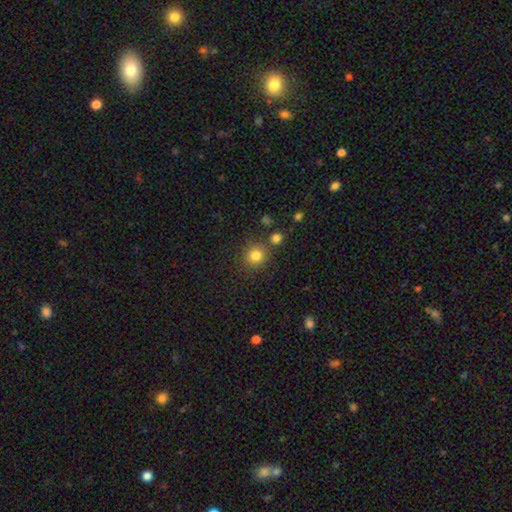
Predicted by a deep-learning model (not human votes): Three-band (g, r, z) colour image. It shows a smooth galaxy with no disk features (82%) that is round (89%). Merging: none (79%).